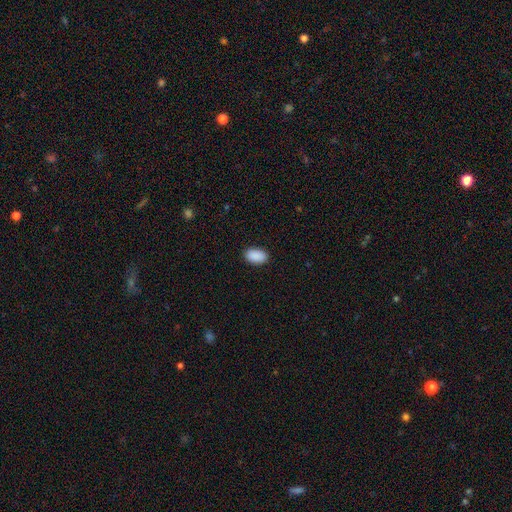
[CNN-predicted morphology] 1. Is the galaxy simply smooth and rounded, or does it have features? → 91% smooth, 7% star or artifact, 2% featured or disk.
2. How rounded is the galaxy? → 93% in between, 5% round, 1% cigar-shaped.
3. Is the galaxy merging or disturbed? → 89% none, 8% minor disturbance, 2% major disturbance, 1% merger.